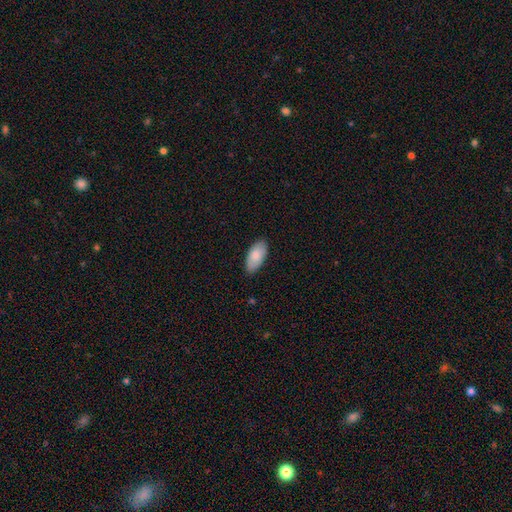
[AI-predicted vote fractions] smooth 85%, featured or disk 10%, star or artifact 6%. Down the decision tree: how rounded — in between (94%); merging — none (86%).